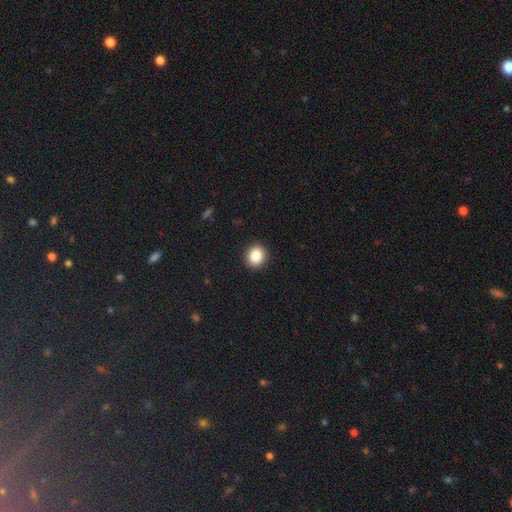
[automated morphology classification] smooth 86%, star or artifact 10%, featured or disk 4%. Down the decision tree: how rounded — round (84%); merging — none (92%).